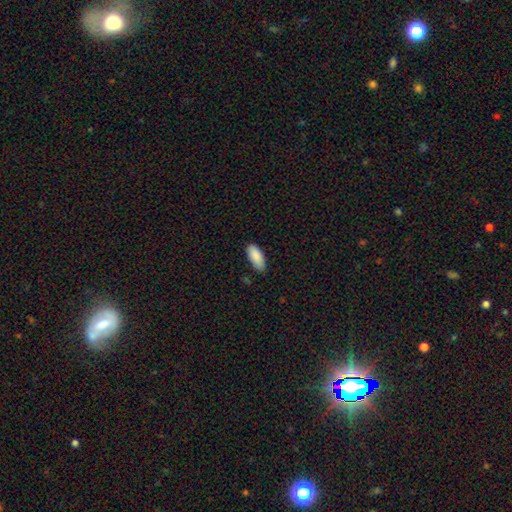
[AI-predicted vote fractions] Smooth or featured? Predicted: smooth (p=0.89). How rounded? Predicted: in between (p=0.87). Merging? Predicted: none (p=0.81).